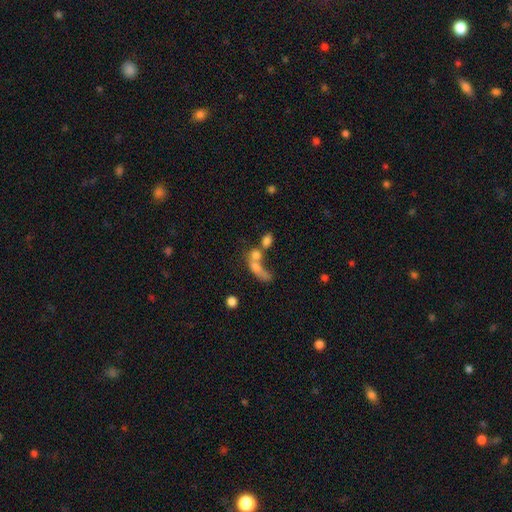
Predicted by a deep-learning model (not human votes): smooth 64%, featured or disk 23%, star or artifact 13%. Down the decision tree: how rounded — in between (55%); merging — merger (59%).